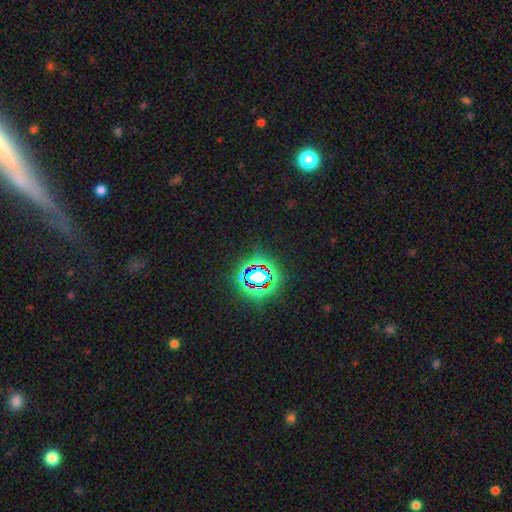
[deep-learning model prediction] Smooth or featured? star or artifact (65%)